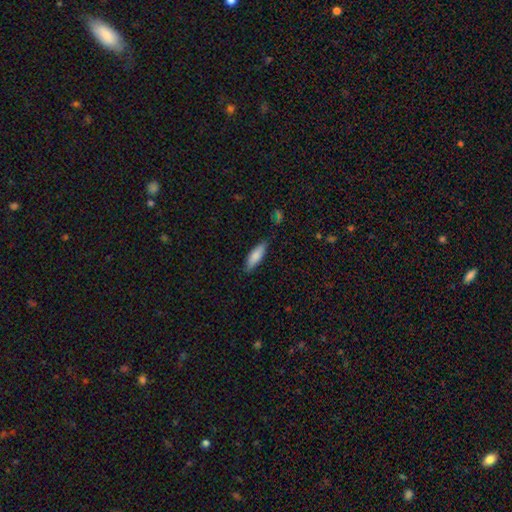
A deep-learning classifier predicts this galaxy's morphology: Smooth or featured? smooth (82%)
How rounded? in between (51%)
Merging? none (82%)